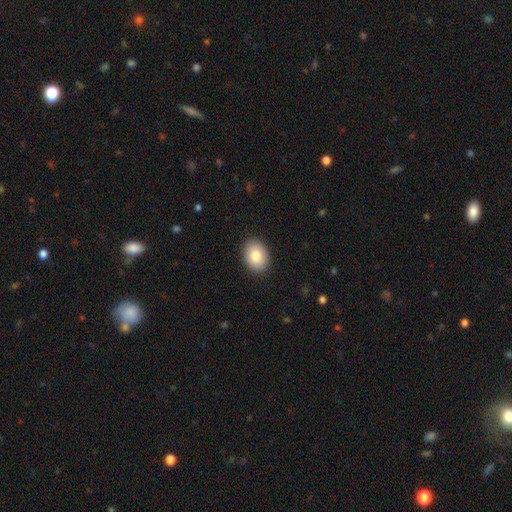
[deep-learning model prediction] A smooth galaxy with no disk features (85%) that is in between round and cigar-shaped (71%).

Vote fractions:
- Smooth or featured? smooth: 85% / featured or disk: 8% / star or artifact: 7%
- How rounded? in between: 71% / round: 28% / cigar-shaped: 1%
- Merging? none: 89% / minor disturbance: 8% / major disturbance: 2% / merger: 1%